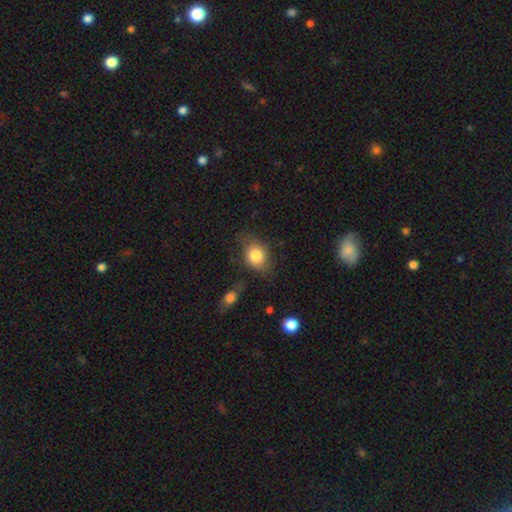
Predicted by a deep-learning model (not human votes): Morphology: type=smooth (80%); roundness=in between (61%); merging=none (67%).